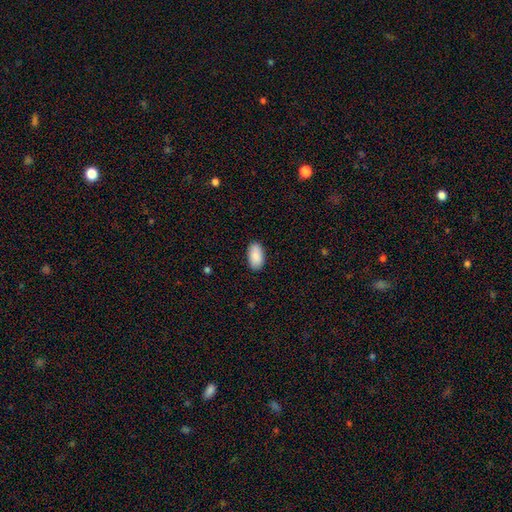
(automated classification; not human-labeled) smooth 90%, star or artifact 6%, featured or disk 4%. Down the decision tree: how rounded — in between (95%); merging — none (88%).